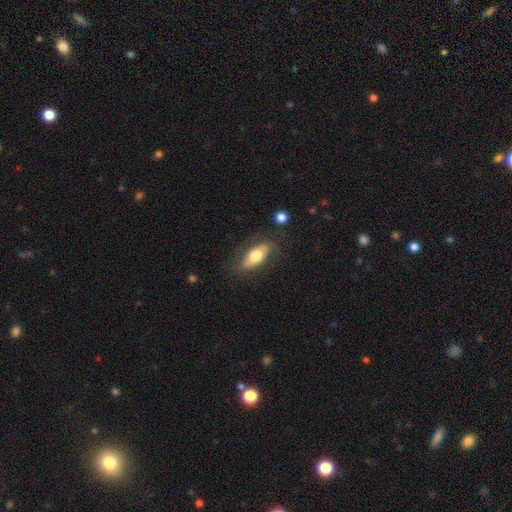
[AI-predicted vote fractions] Overall: smooth (64%; featured or disk 30%). How rounded: in between (85%). Merging: none (76%).